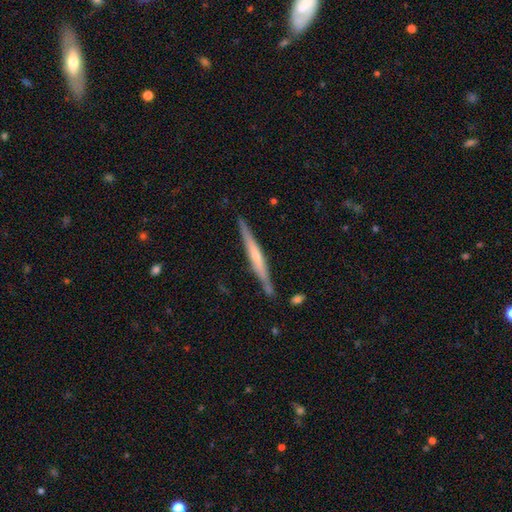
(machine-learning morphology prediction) smooth_or_featured: featured or disk (p=0.60) [alt: smooth p=0.34]
disk_edge_on: yes (p=0.97) [alt: no p=0.03]
edge_on_bulge: none (p=0.49) [alt: rounded p=0.39]
merging: none (p=0.85) [alt: minor disturbance p=0.10]